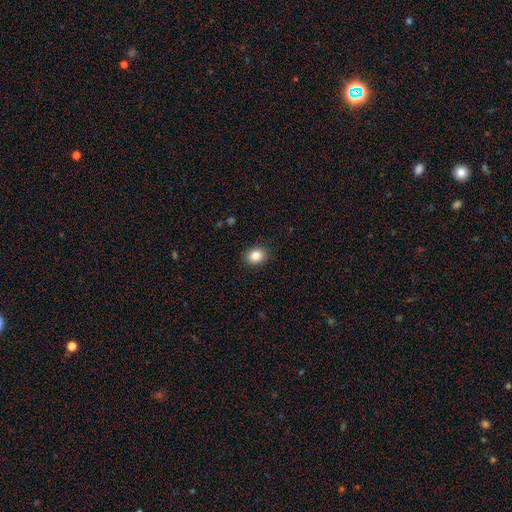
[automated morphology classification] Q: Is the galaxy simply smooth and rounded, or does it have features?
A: smooth — 85%.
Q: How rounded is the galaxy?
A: round — 51%.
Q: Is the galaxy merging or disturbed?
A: none — 90%.